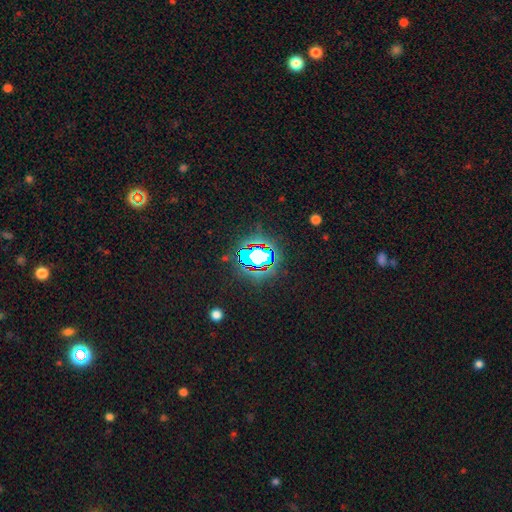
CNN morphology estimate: This appears to be a star or artifact, not a galaxy (68%).